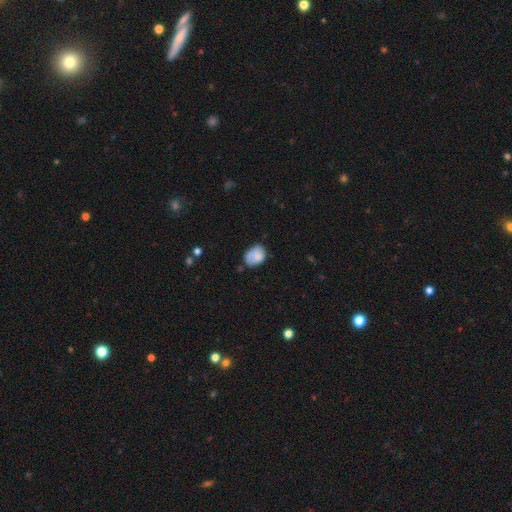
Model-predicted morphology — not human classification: smooth_or_featured: smooth (p=0.79) [alt: featured or disk p=0.13]
how_rounded: in between (p=0.70) [alt: round p=0.29]
merging: none (p=0.55) [alt: minor disturbance p=0.32]